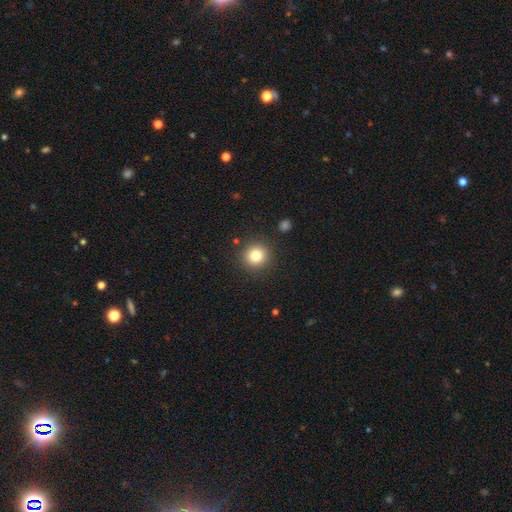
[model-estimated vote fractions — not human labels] A smooth galaxy with no disk features (81%) that is round (92%).

Vote fractions:
- Smooth or featured? smooth: 81% / star or artifact: 12% / featured or disk: 7%
- How rounded? round: 92% / in between: 7% / cigar-shaped: 1%
- Merging? none: 90% / minor disturbance: 6% / major disturbance: 2% / merger: 2%